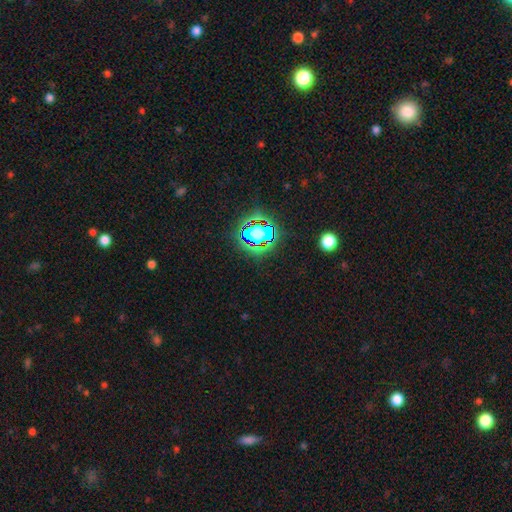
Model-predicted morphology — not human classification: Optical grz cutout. It shows a star or artifact, not a galaxy (80%).